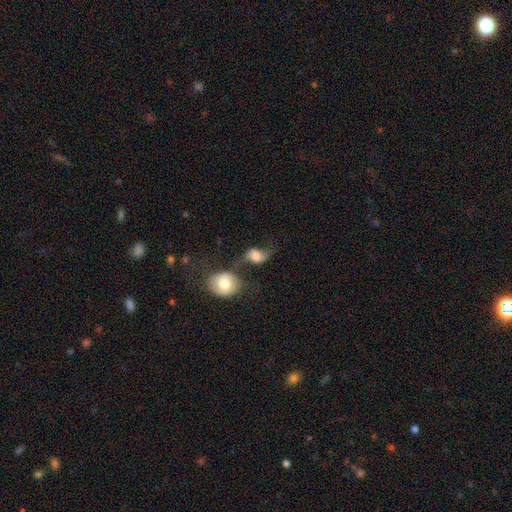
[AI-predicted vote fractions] Smooth or featured: smooth — 48% (featured or disk — 43%)
Merging: none — 33% (merger — 30%)